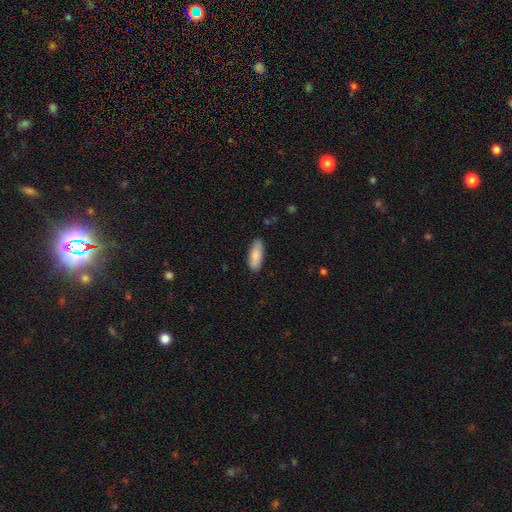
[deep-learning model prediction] smooth_or_featured: smooth (p=0.84) [alt: featured or disk p=0.10]
how_rounded: in between (p=0.74) [alt: cigar-shaped p=0.24]
merging: none (p=0.84) [alt: minor disturbance p=0.13]